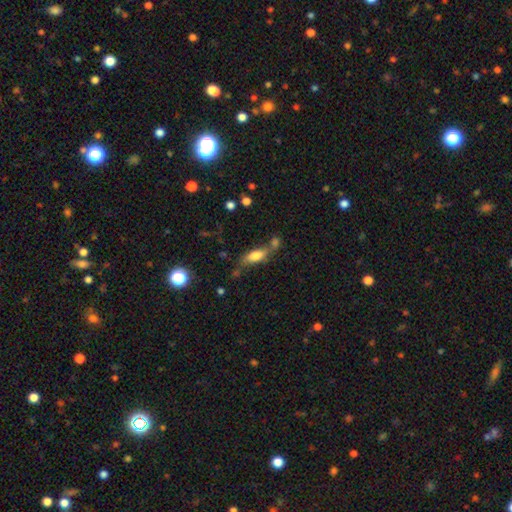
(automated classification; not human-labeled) Smooth or featured?
  - smooth: 68% *
  - featured or disk: 23%
  - star or artifact: 9%
How rounded?
  - in between: 63% *
  - cigar-shaped: 34%
  - round: 3%
Merging?
  - none: 48% *
  - merger: 24%
  - minor disturbance: 19%
  - major disturbance: 8%